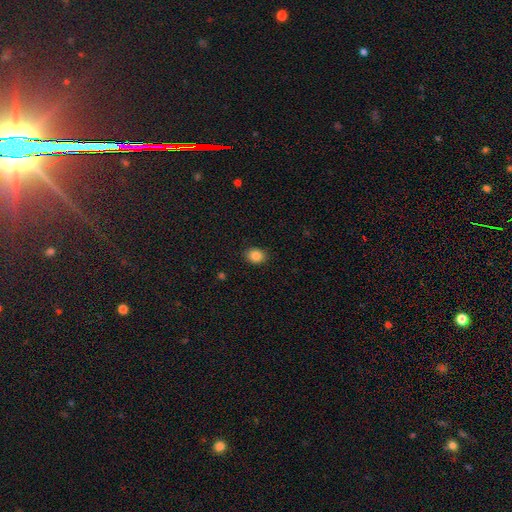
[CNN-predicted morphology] Smooth or featured?
  - smooth: 86% *
  - star or artifact: 10%
  - featured or disk: 5%
How rounded?
  - in between: 52% *
  - round: 47%
  - cigar-shaped: 1%
Merging?
  - none: 89% *
  - minor disturbance: 8%
  - major disturbance: 2%
  - merger: 1%